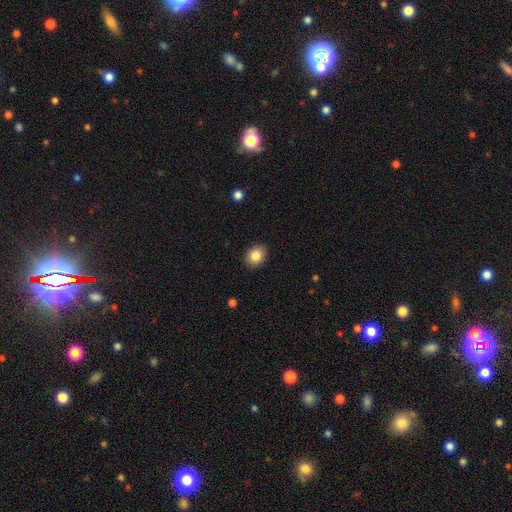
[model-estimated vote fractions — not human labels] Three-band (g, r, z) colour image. It shows a smooth galaxy with no disk features (85%) that is round (51%). Merging: none (90%).